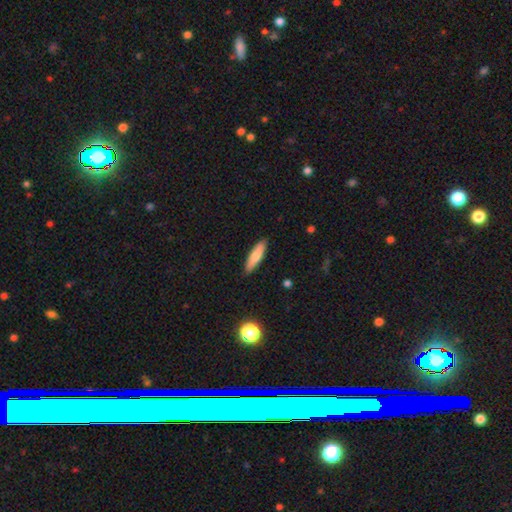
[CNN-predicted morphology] Smooth or featured? Predicted: smooth (p=0.77). How rounded? Predicted: cigar-shaped (p=0.69). Merging? Predicted: none (p=0.88).